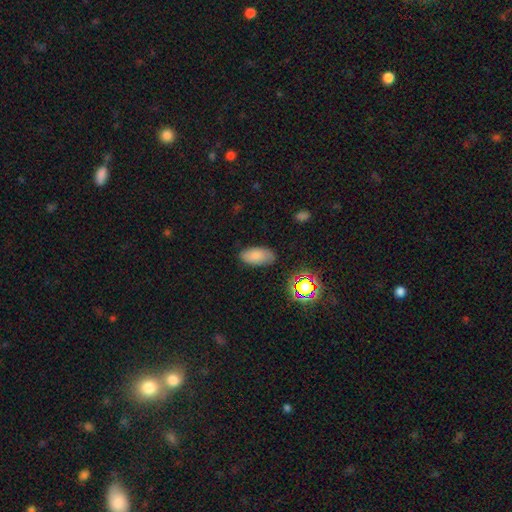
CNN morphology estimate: This appears to be a smooth galaxy with no disk features (80%) that is in between round and cigar-shaped (93%). Merging: none (80%).